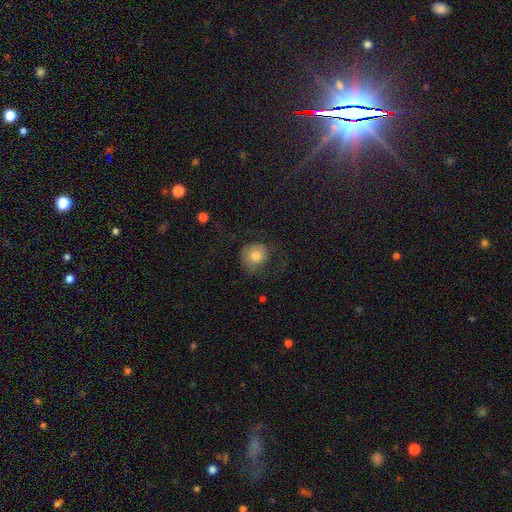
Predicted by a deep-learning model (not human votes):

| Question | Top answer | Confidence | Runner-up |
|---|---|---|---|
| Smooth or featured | smooth | 70% | featured or disk (21%) |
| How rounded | round | 85% | in between (14%) |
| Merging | none | 51% | major disturbance (27%) |